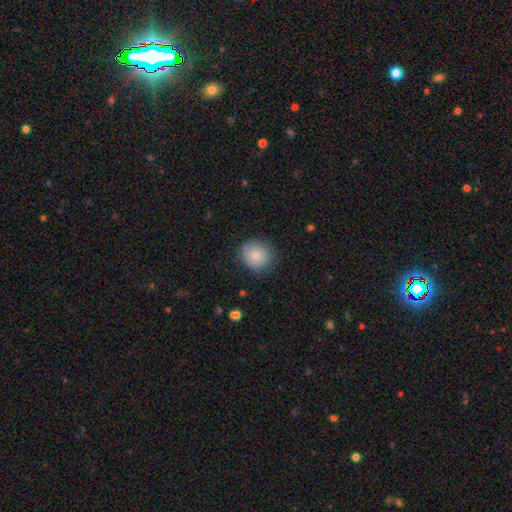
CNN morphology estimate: Q: Smooth or featured?
A: smooth (85%); runner-up: star or artifact (8%)
Q: How rounded?
A: round (83%); runner-up: in between (16%)
Q: Merging?
A: none (79%); runner-up: minor disturbance (15%)